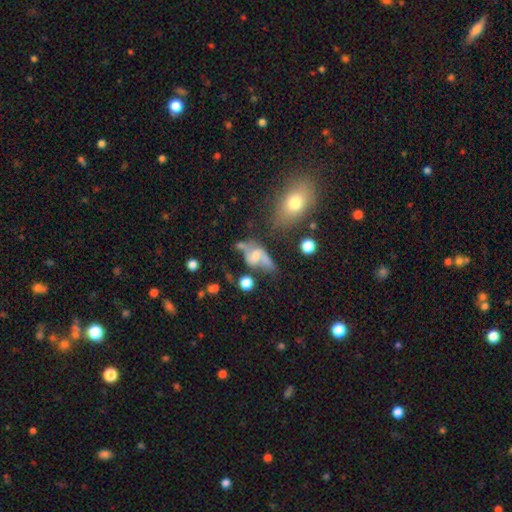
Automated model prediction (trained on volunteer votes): featured or disk 59%, smooth 29%, star or artifact 11%. Down the decision tree: edge-on disk — no (94%); bar — no (50%); spiral arms — yes (71%); bulge size — moderate (42%); merging — none (30%).